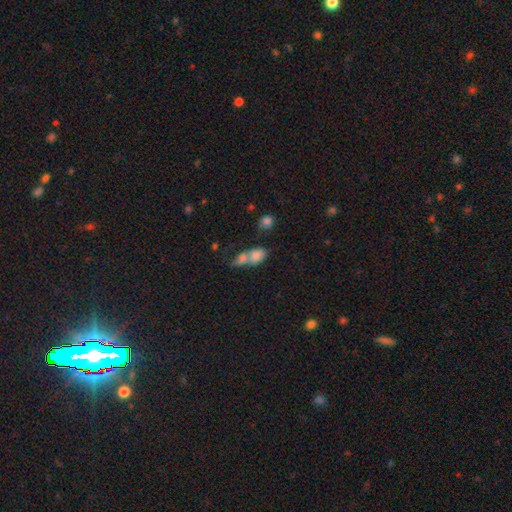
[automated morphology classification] This is likely a smooth galaxy (76%). How rounded: likely in between (79%). Merging: likely merger (66%).